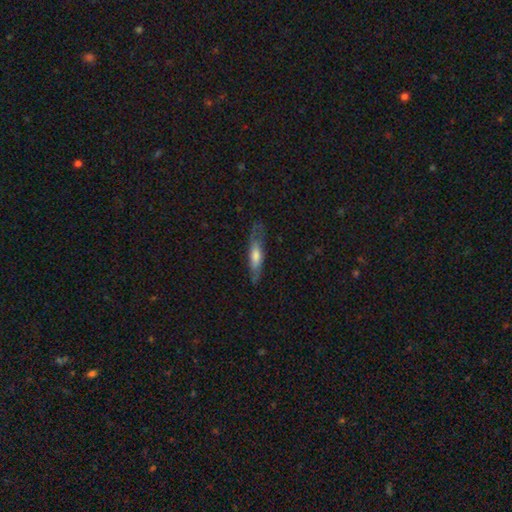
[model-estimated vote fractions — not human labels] Morphology: type=smooth (48%); merging=none (69%).